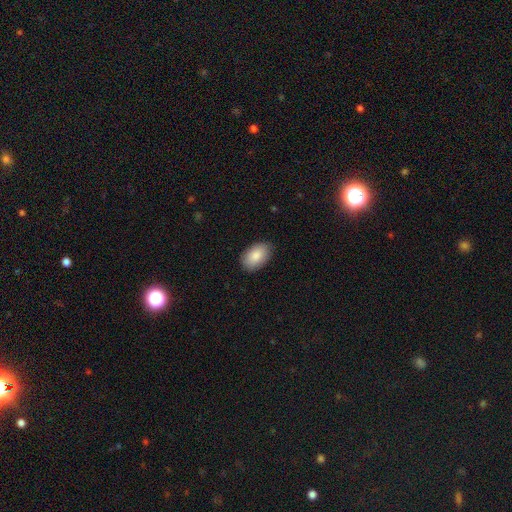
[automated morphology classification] smooth_or_featured: smooth (p=0.87) [alt: featured or disk p=0.07]
how_rounded: in between (p=0.92) [alt: round p=0.07]
merging: none (p=0.86) [alt: minor disturbance p=0.11]